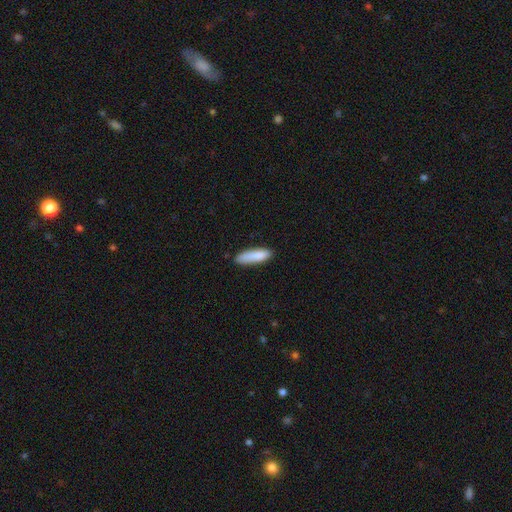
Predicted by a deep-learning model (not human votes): Morphology: type=smooth (87%); roundness=cigar-shaped (65%); merging=none (76%).